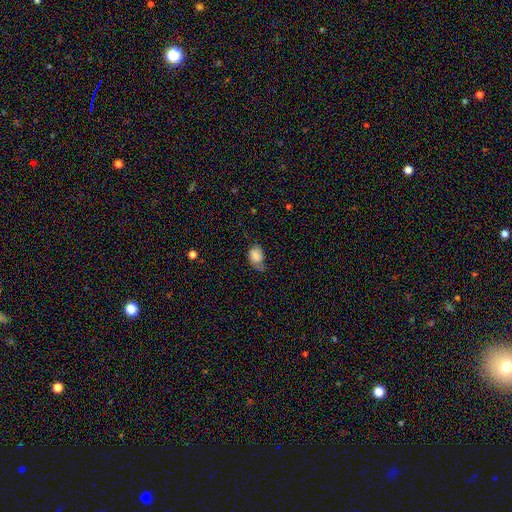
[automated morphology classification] A smooth galaxy with no disk features (73%) that is in between round and cigar-shaped (80%). Merging: minor disturbance (41%).